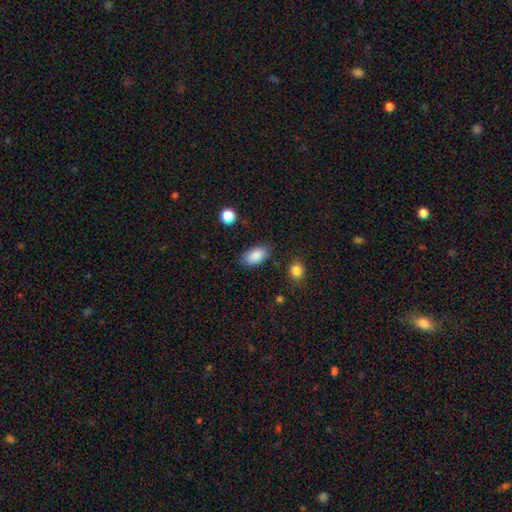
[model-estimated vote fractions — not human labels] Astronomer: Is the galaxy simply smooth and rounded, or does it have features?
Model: smooth — 88%.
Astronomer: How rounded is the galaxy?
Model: in between — 93%.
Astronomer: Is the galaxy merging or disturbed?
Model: none — 82%.